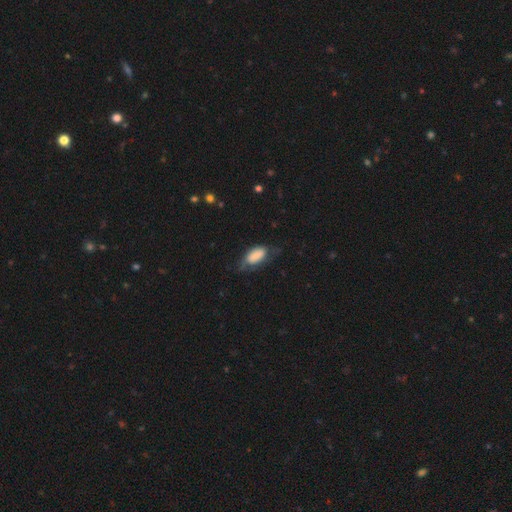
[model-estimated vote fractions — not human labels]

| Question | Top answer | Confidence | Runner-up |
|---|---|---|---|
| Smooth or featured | smooth | 69% | featured or disk (24%) |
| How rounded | in between | 90% | cigar-shaped (7%) |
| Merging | none | 40% | minor disturbance (34%) |